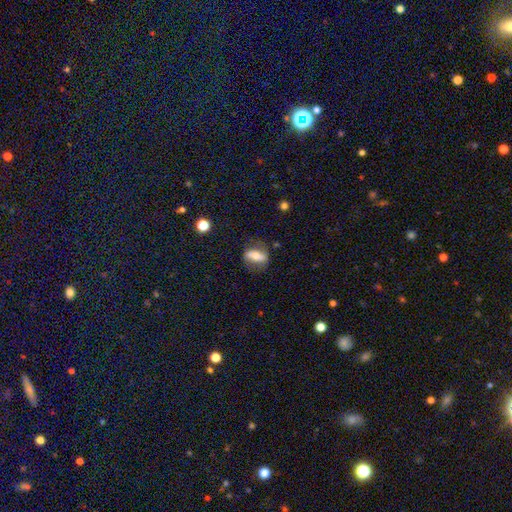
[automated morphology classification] Overall: smooth (52%; featured or disk 40%). How rounded: in between (69%). Merging: none (73%).